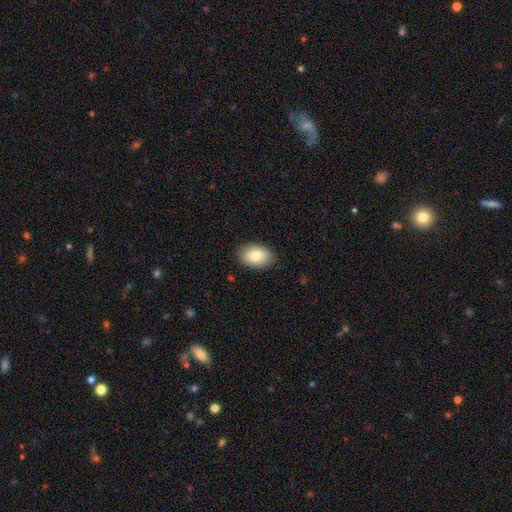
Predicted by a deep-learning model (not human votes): Smooth or featured? Predicted: smooth (p=0.81). How rounded? Predicted: in between (p=0.88). Merging? Predicted: none (p=0.88).